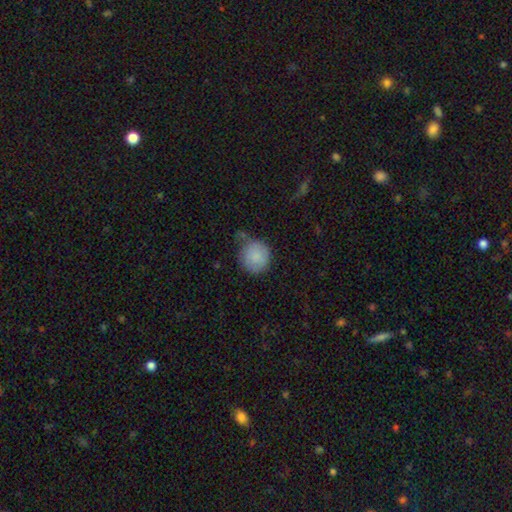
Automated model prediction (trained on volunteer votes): A smooth galaxy with no disk features (86%) that is round (92%). Merging: none (55%).